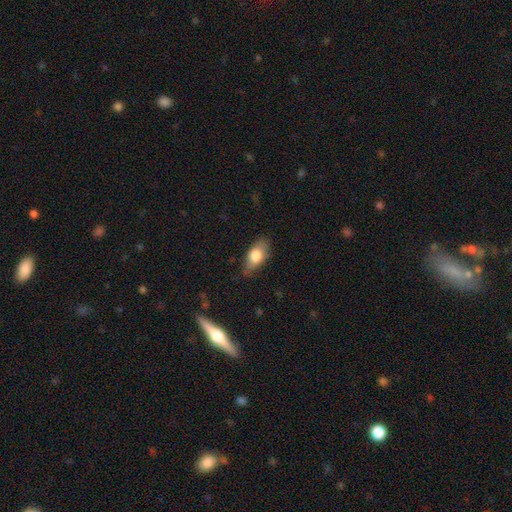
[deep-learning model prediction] Overall: smooth (75%). How rounded: in between (86%). Merging: none (73%).